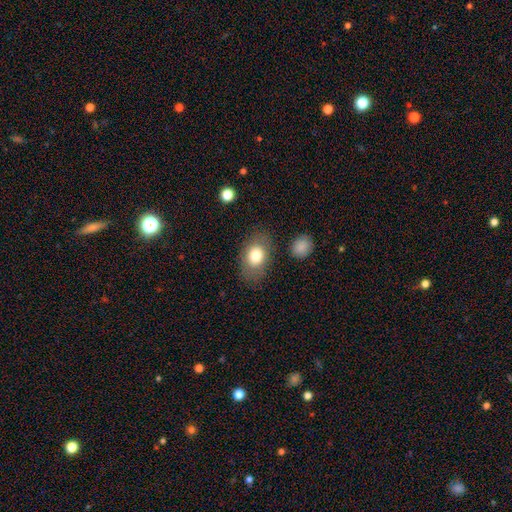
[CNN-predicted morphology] A smooth galaxy with no disk features (76%) that is in between round and cigar-shaped (77%).

Vote fractions:
- Smooth or featured? smooth: 76% / featured or disk: 16% / star or artifact: 8%
- How rounded? in between: 77% / round: 21% / cigar-shaped: 1%
- Merging? none: 78% / minor disturbance: 13% / major disturbance: 6% / merger: 3%